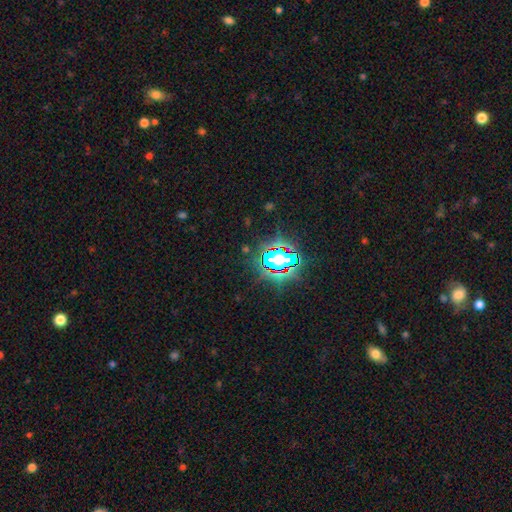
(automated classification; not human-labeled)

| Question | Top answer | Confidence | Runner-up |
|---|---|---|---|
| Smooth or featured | star or artifact | 82% | smooth (11%) |